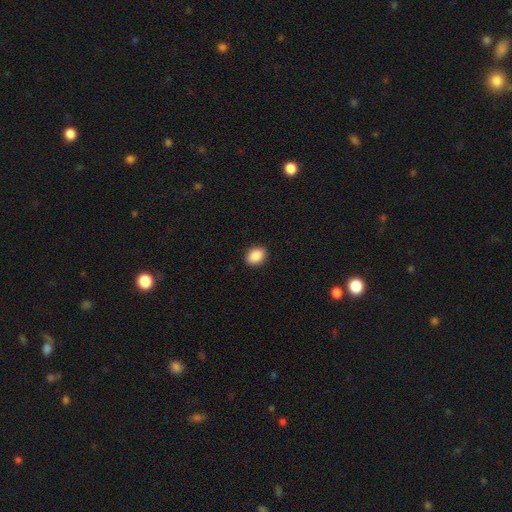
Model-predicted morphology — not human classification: A smooth galaxy with no disk features (89%) that is in between round and cigar-shaped (66%).

Vote fractions:
- Smooth or featured? smooth: 89% / star or artifact: 8% / featured or disk: 3%
- How rounded? in between: 66% / round: 33% / cigar-shaped: 1%
- Merging? none: 91% / minor disturbance: 7% / major disturbance: 2% / merger: 1%